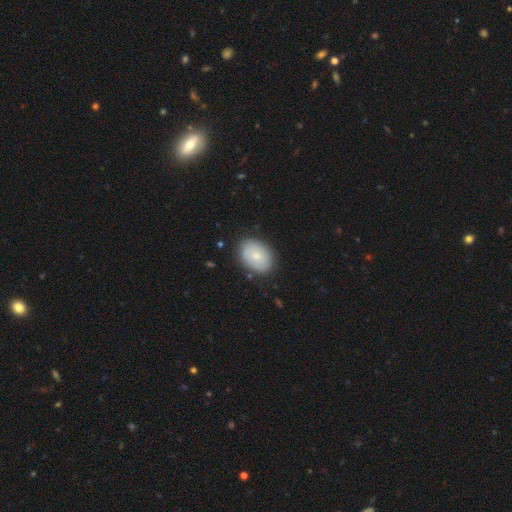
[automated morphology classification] This is likely a smooth galaxy (75%). How rounded: likely in between (79%). Merging: clearly none (84%).